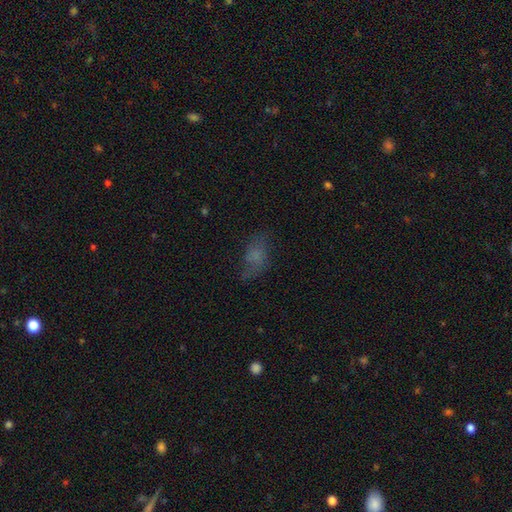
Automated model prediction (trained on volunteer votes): Q: Smooth or featured?
A: smooth (59%); runner-up: featured or disk (24%)
Q: How rounded?
A: in between (84%); runner-up: round (11%)
Q: Merging?
A: none (53%); runner-up: minor disturbance (25%)